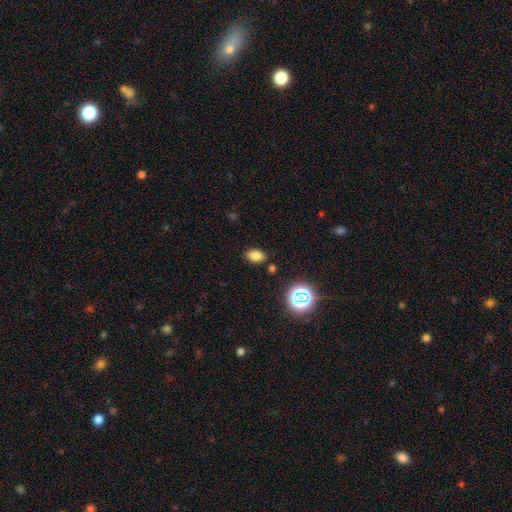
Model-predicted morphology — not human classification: Smooth or featured? Predicted: smooth (p=0.79). How rounded? Predicted: in between (p=0.85). Merging? Predicted: none (p=0.83).